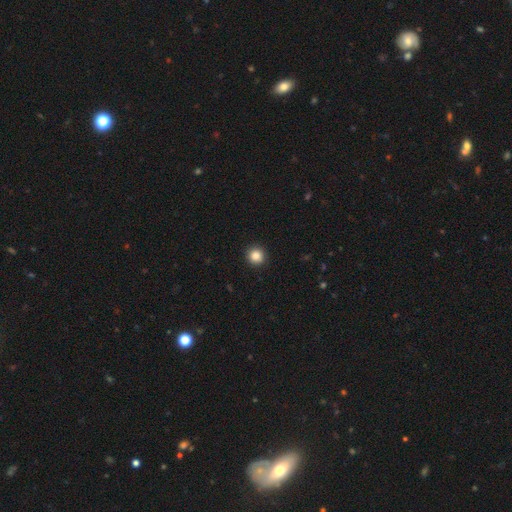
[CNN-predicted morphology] A smooth galaxy with no disk features (86%) that is round (95%). Merging: none (93%).